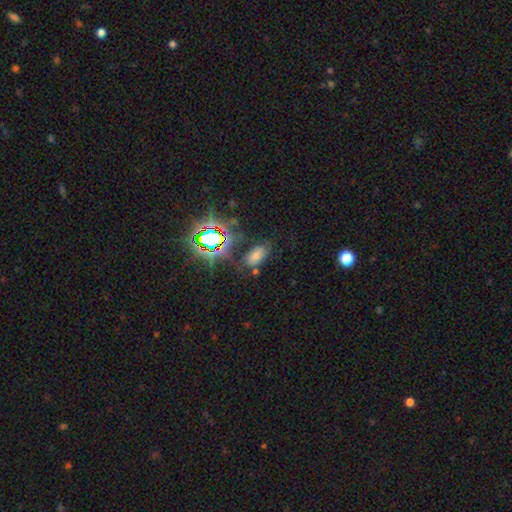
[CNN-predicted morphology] smooth 56%, star or artifact 31%, featured or disk 13%. Down the decision tree: how rounded — in between (91%); merging — none (64%).